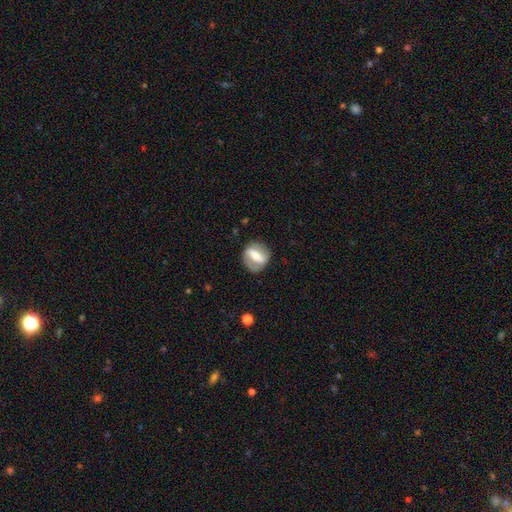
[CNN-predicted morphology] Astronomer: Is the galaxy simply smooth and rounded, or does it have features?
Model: featured or disk — 69%.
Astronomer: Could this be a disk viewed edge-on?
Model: no — 93%.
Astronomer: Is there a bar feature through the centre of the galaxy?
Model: strong — 68%.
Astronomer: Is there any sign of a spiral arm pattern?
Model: yes — 68%.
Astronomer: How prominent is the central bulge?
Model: moderate — 50% (runner-up: small, 29%).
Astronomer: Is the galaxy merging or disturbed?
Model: none — 78%.